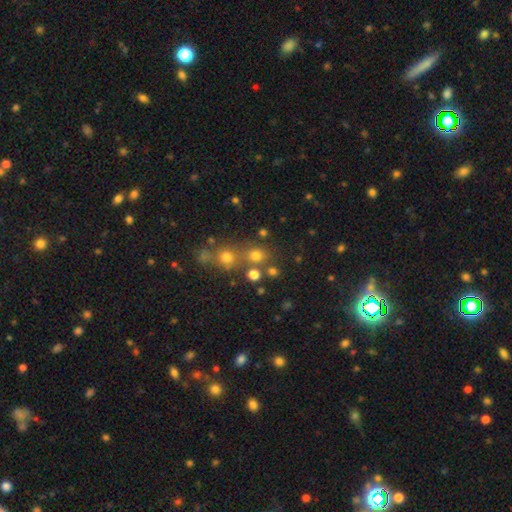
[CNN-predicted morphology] The model was most divided on "merging": none: 63%, merger: 25%, minor disturbance: 8%, major disturbance: 4%. More confident: how rounded — round (86%); smooth or featured — smooth (64%).